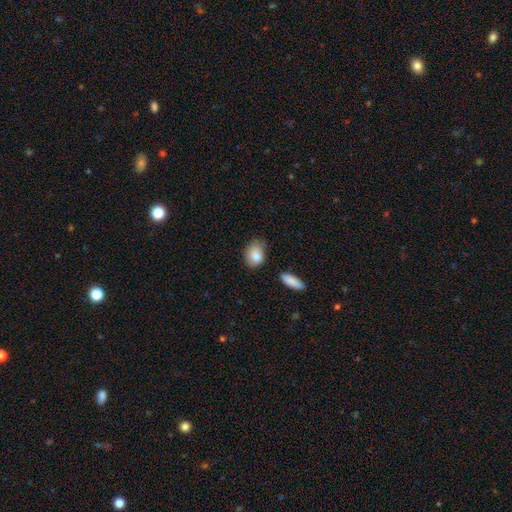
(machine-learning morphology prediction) This appears to be a smooth galaxy with no disk features (85%) that is in between round and cigar-shaped (76%). Merging: none (66%).